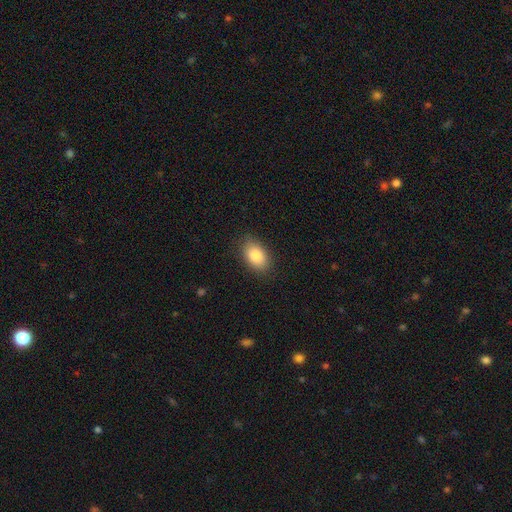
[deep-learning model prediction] Smooth or featured?
  - smooth: 86% *
  - star or artifact: 7%
  - featured or disk: 7%
How rounded?
  - in between: 90% *
  - round: 8%
  - cigar-shaped: 1%
Merging?
  - none: 86% *
  - minor disturbance: 11%
  - major disturbance: 3%
  - merger: 1%